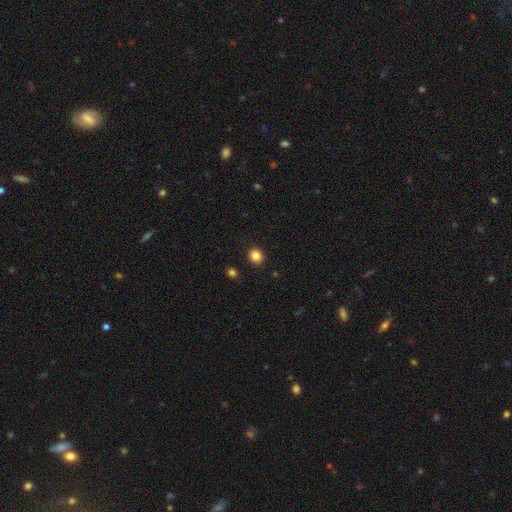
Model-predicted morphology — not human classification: Q: Smooth or featured?
A: smooth (85%); runner-up: star or artifact (11%)
Q: How rounded?
A: round (80%); runner-up: in between (20%)
Q: Merging?
A: none (91%); runner-up: minor disturbance (5%)